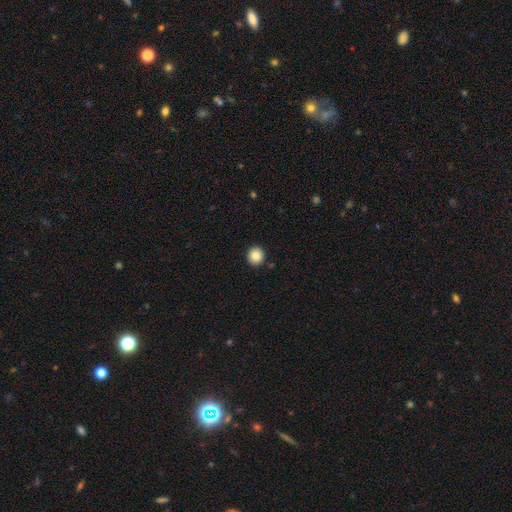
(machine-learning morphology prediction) Smooth or featured? smooth (86%)
How rounded? round (91%)
Merging? none (92%)